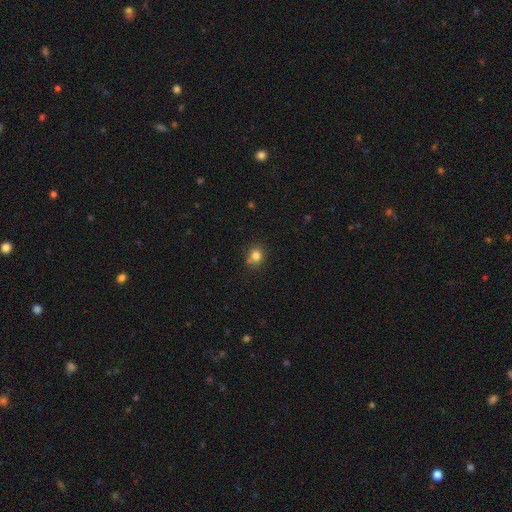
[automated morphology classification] This appears to be a smooth galaxy with no disk features (81%) that is round (75%). Merging: none (71%).